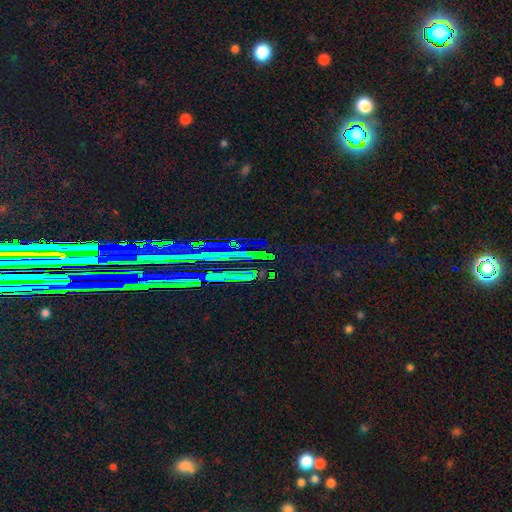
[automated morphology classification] The model was most divided on "smooth or featured": star or artifact: 83%, smooth: 9%, featured or disk: 8%.